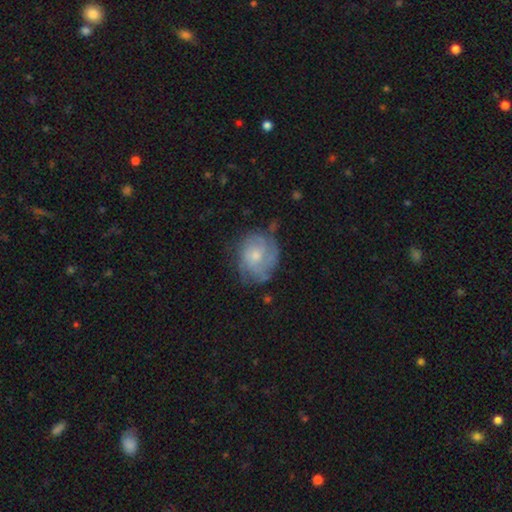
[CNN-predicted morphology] Smooth or featured? Predicted: featured or disk (p=0.59). Edge-on disk? Predicted: no (p=0.97). Bar? Predicted: no (p=0.78). Spiral arms? Predicted: yes (p=0.79). Bulge size? Predicted: small (p=0.48). Merging? Predicted: none (p=0.61).